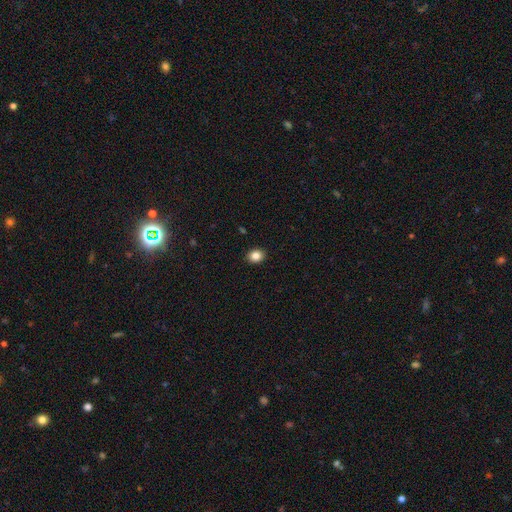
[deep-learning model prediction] smooth_or_featured: smooth (p=0.85) [alt: star or artifact p=0.10]
how_rounded: round (p=0.52) [alt: in between p=0.48]
merging: none (p=0.91) [alt: minor disturbance p=0.06]